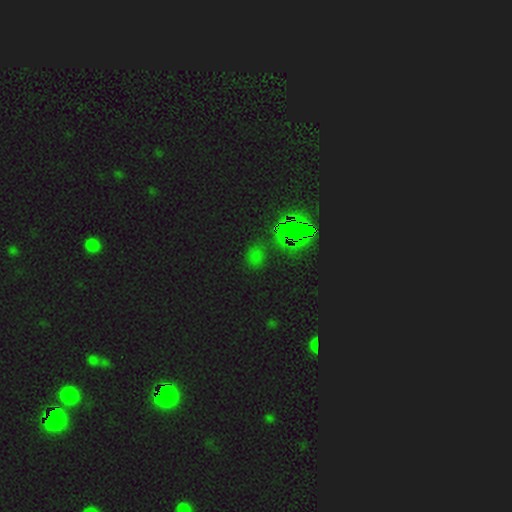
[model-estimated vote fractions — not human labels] Smooth or featured? star or artifact (59%)